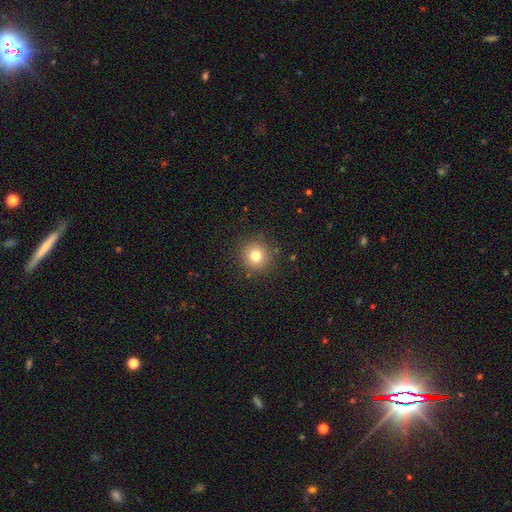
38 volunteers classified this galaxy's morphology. Smooth or featured?
  - smooth: 89% *
  - featured or disk: 5%
  - star or artifact: 5%
How rounded?
  - round: 100% *
  - in between: 0%
  - cigar-shaped: 0%
Merging?
  - none: 83% *
  - minor disturbance: 11%
  - major disturbance: 3%
  - merger: 3%